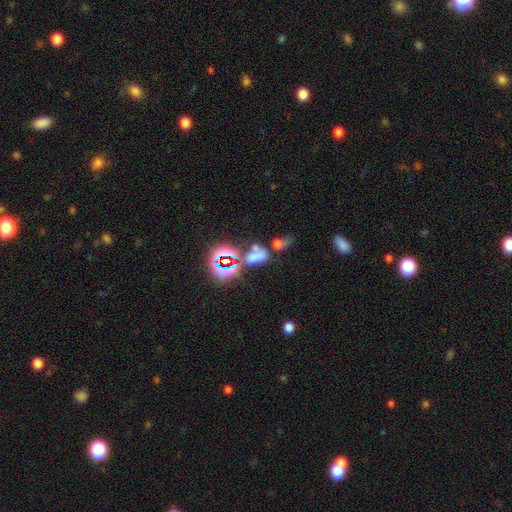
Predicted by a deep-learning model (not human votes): Q: Smooth or featured?
A: smooth (47%); runner-up: star or artifact (38%)
Q: Merging?
A: merger (38%); runner-up: none (31%)